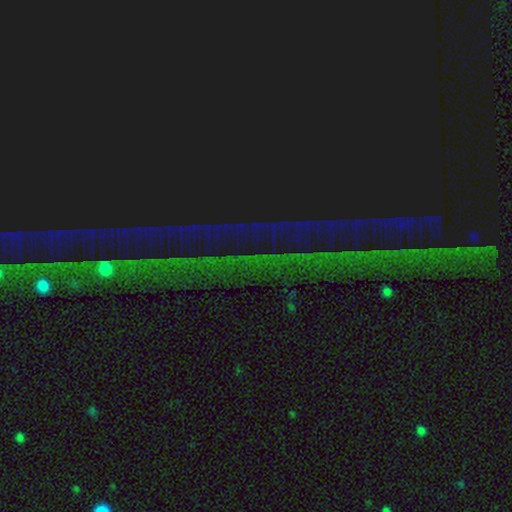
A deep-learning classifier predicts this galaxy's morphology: Smooth or featured?
  - star or artifact: 87% *
  - featured or disk: 7%
  - smooth: 6%